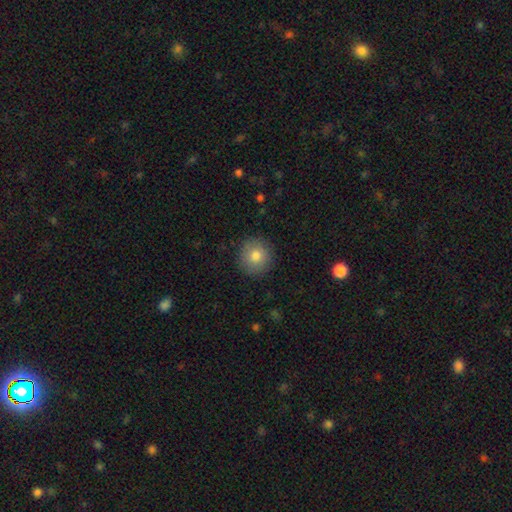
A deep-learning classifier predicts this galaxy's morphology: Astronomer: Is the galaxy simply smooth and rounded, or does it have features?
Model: smooth — 81%.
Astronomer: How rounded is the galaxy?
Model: round — 93%.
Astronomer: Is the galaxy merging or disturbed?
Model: none — 89%.